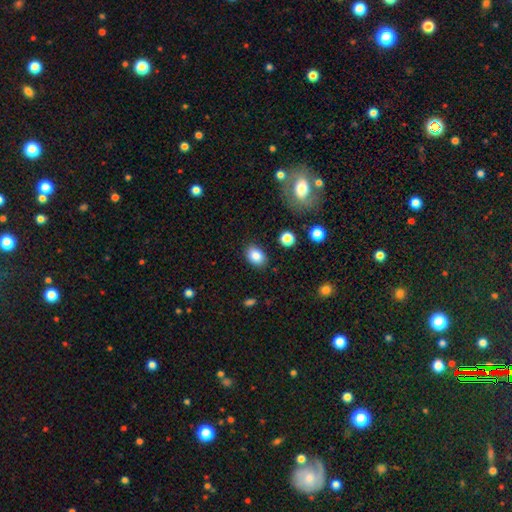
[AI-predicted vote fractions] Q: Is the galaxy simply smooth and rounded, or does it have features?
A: smooth — 85%.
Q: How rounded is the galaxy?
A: in between — 75%.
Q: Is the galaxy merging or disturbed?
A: none — 86%.